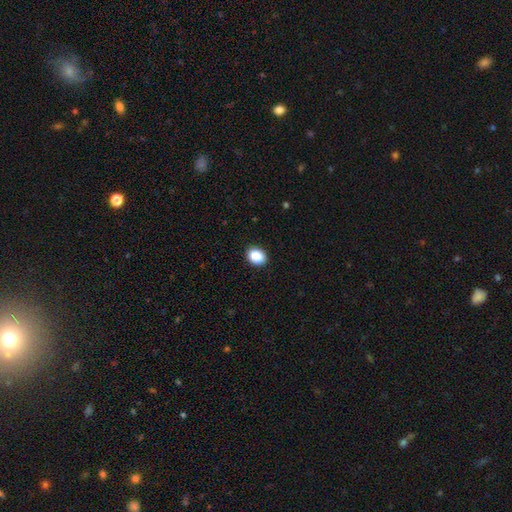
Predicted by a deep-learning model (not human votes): Q: Smooth or featured?
A: smooth (87%); runner-up: star or artifact (9%)
Q: How rounded?
A: in between (56%); runner-up: round (43%)
Q: Merging?
A: none (90%); runner-up: minor disturbance (7%)